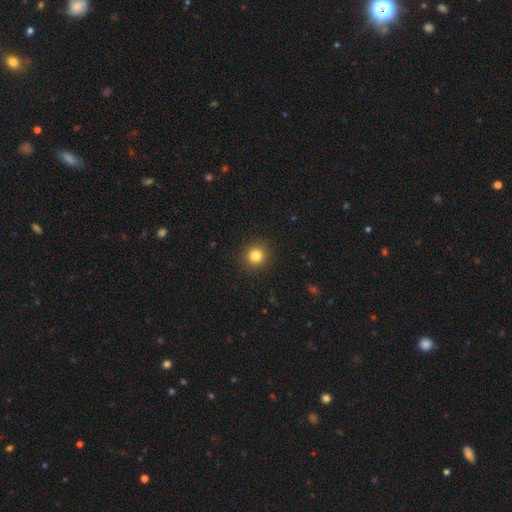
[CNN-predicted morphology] smooth-or-featured: smooth: 83% | star or artifact: 12% | featured or disk: 5%
  how-rounded: round: 92% | in between: 7% | cigar-shaped: 1%
  merging: none: 91% | minor disturbance: 6% | major disturbance: 2% | merger: 1%